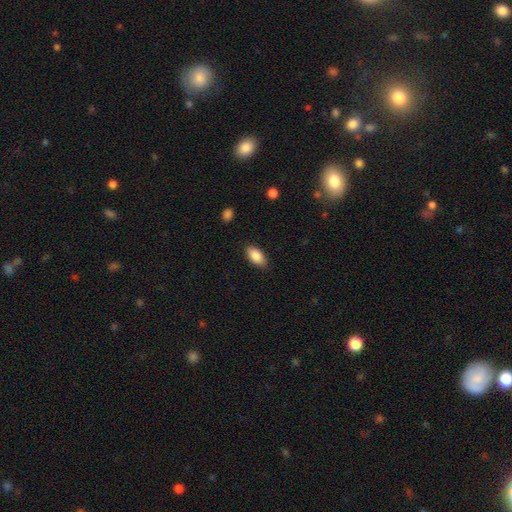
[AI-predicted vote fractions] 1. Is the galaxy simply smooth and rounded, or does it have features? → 86% smooth, 7% star or artifact, 7% featured or disk.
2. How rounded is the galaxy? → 92% in between, 4% cigar-shaped, 3% round.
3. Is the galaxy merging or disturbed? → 85% none, 11% minor disturbance, 2% major disturbance, 1% merger.